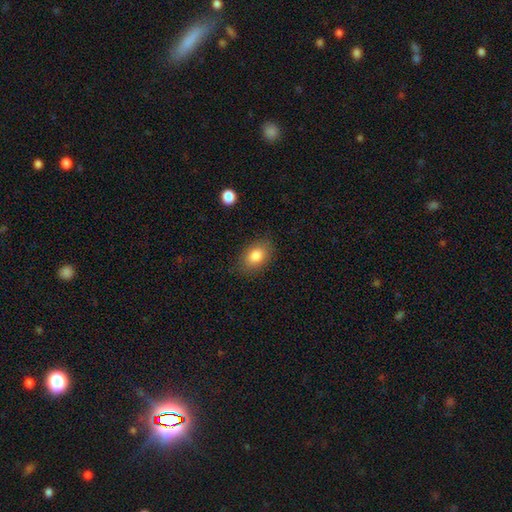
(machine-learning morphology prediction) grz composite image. It shows a smooth galaxy with no disk features (84%) that is in between round and cigar-shaped (83%). Merging: none (83%).